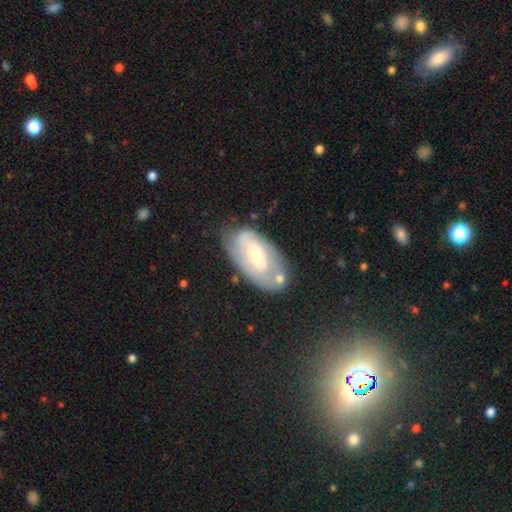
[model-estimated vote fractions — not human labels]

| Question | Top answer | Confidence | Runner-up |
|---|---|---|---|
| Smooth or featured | featured or disk | 61% | smooth (33%) |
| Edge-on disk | no | 92% | yes (8%) |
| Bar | no | 54% | weak (35%) |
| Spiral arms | yes | 65% | no (35%) |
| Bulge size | small | 50% | moderate (45%) |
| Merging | none | 58% | minor disturbance (24%) |